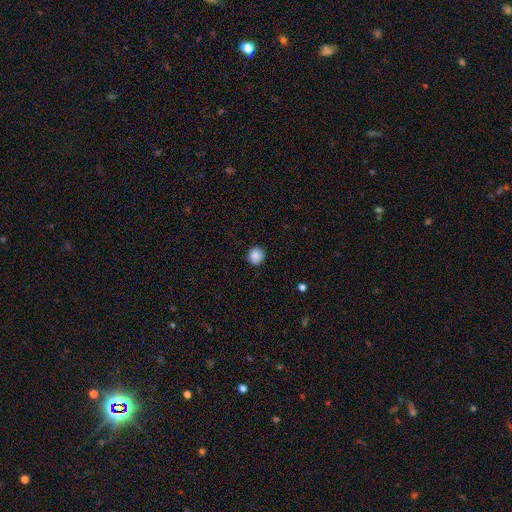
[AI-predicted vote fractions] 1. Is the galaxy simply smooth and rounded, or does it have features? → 88% smooth, 9% star or artifact, 3% featured or disk.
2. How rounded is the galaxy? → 89% round, 10% in between, 1% cigar-shaped.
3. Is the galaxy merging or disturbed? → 88% none, 9% minor disturbance, 2% major disturbance, 1% merger.